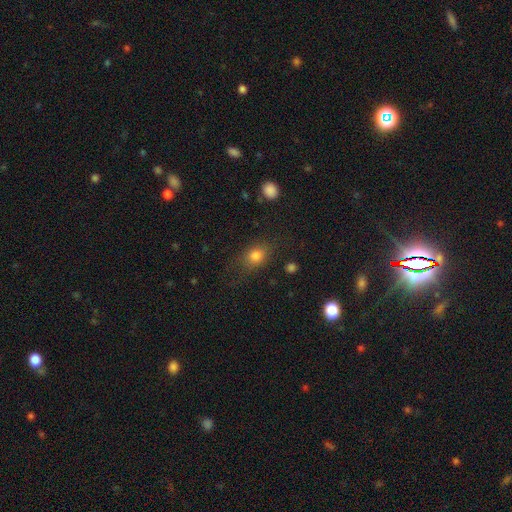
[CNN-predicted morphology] Smooth or featured? smooth (80%)
How rounded? in between (53%)
Merging? none (71%)